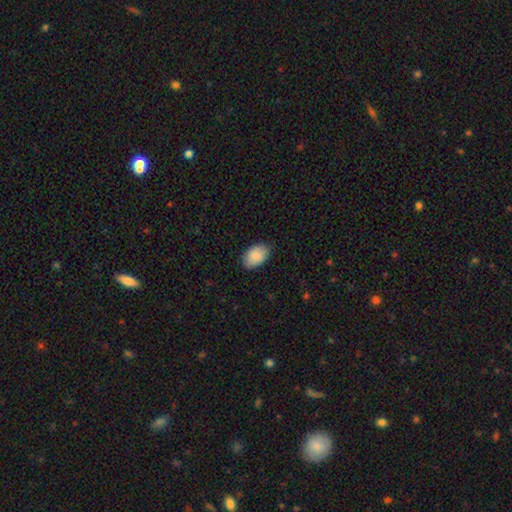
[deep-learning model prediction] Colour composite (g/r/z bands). It shows a smooth galaxy with no disk features (89%) that is in between round and cigar-shaped (90%). Merging: none (84%).